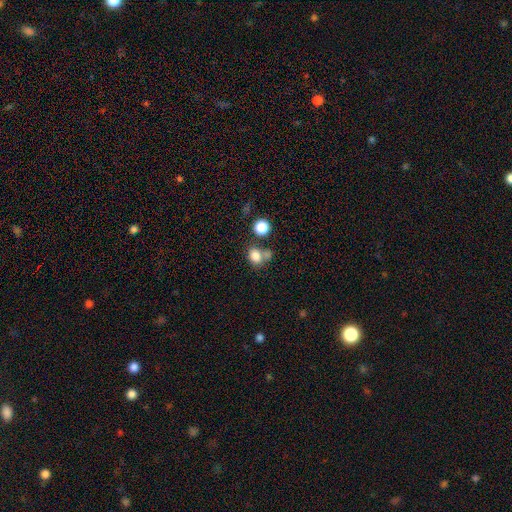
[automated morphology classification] A smooth galaxy with no disk features (80%) that is round (55%).

Vote fractions:
- Smooth or featured? smooth: 80% / star or artifact: 12% / featured or disk: 8%
- How rounded? round: 55% / in between: 44% / cigar-shaped: 1%
- Merging? none: 50% / merger: 31% / minor disturbance: 12% / major disturbance: 6%